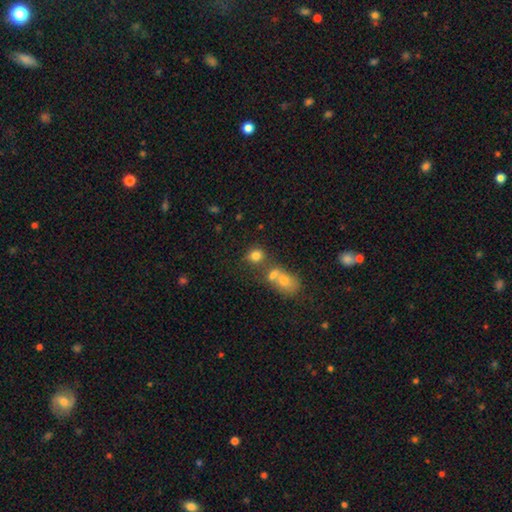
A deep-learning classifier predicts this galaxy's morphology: This appears to be a smooth galaxy with no disk features (78%) that is round (70%). Merging: none (48%).